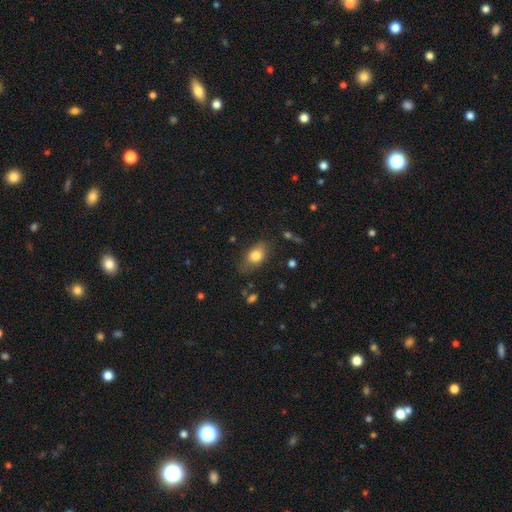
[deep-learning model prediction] A smooth galaxy with no disk features (80%) that is in between round and cigar-shaped (80%).

Vote fractions:
- Smooth or featured? smooth: 80% / featured or disk: 12% / star or artifact: 9%
- How rounded? in between: 80% / round: 16% / cigar-shaped: 4%
- Merging? none: 74% / minor disturbance: 19% / major disturbance: 5% / merger: 2%